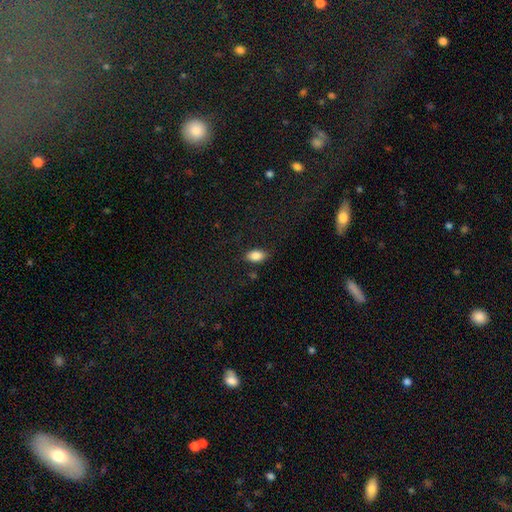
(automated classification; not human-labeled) A smooth galaxy with no disk features (85%) that is in between round and cigar-shaped (91%).

Vote fractions:
- Smooth or featured? smooth: 85% / star or artifact: 8% / featured or disk: 7%
- How rounded? in between: 91% / round: 6% / cigar-shaped: 3%
- Merging? none: 84% / minor disturbance: 12% / major disturbance: 3% / merger: 2%